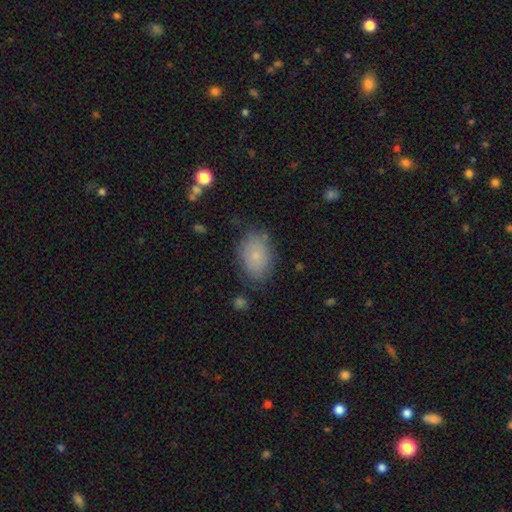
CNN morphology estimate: The model was most divided on "merging": none: 76%, minor disturbance: 17%, major disturbance: 5%, merger: 2%. More confident: how rounded — in between (83%); smooth or featured — smooth (76%).